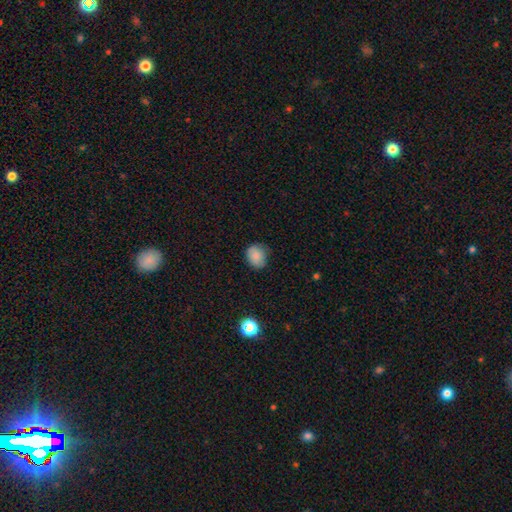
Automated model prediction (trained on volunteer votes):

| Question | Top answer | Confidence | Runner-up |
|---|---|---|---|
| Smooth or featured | smooth | 85% | star or artifact (9%) |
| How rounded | round | 60% | in between (39%) |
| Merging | none | 76% | minor disturbance (19%) |